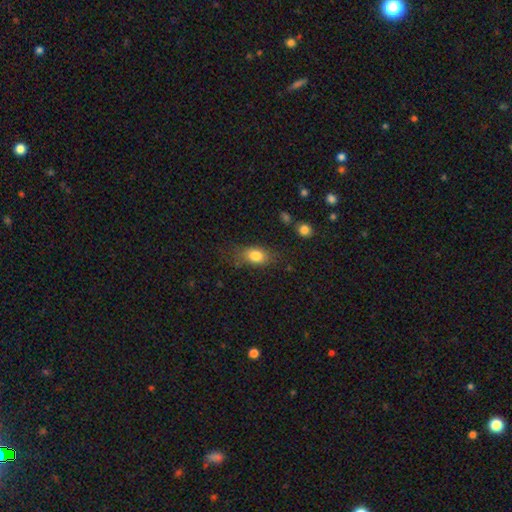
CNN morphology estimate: Smooth or featured? Predicted: smooth (p=0.82). How rounded? Predicted: in between (p=0.78). Merging? Predicted: none (p=0.68).